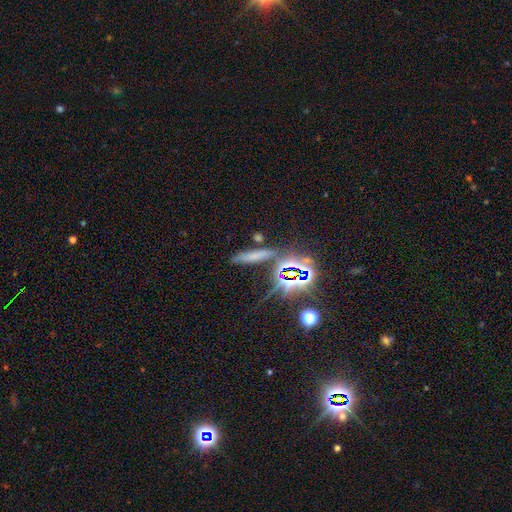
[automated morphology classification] Overall: smooth (51%; star or artifact 34%). How rounded: cigar-shaped (81%). Merging: none (72%).